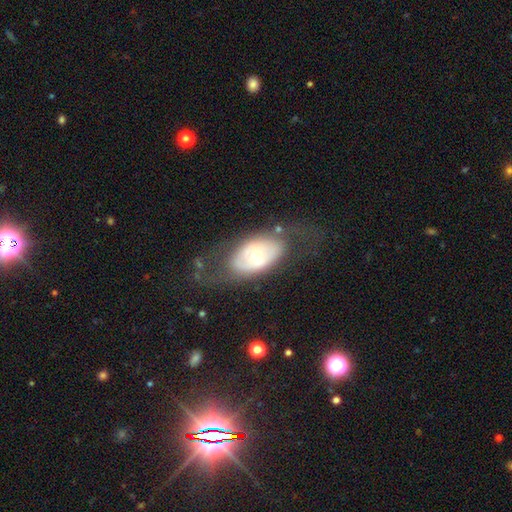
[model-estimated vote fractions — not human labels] Smooth or featured?
  - featured or disk: 50% *
  - smooth: 43%
  - star or artifact: 7%
Edge-on disk?
  - no: 89% *
  - yes: 11%
Merging?
  - none: 62% *
  - minor disturbance: 19%
  - major disturbance: 17%
  - merger: 3%